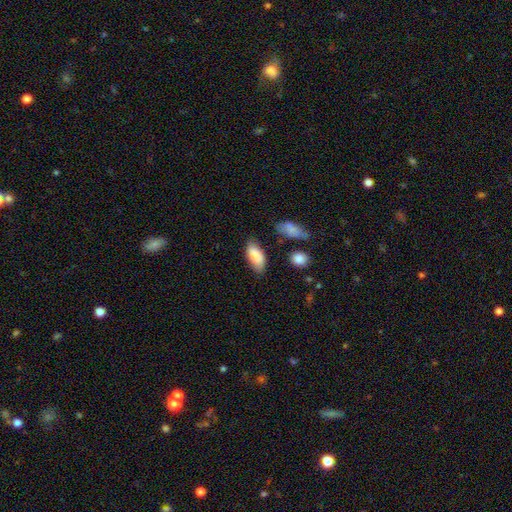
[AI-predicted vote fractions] Overall: smooth (86%). How rounded: in between (89%). Merging: none (74%).